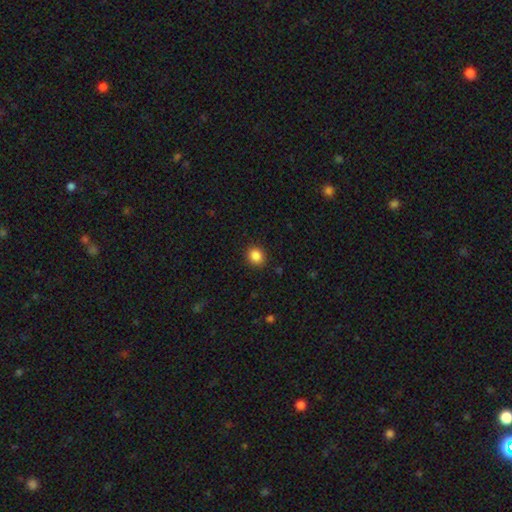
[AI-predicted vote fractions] smooth 87%, star or artifact 10%, featured or disk 3%. Down the decision tree: how rounded — round (76%); merging — none (89%).